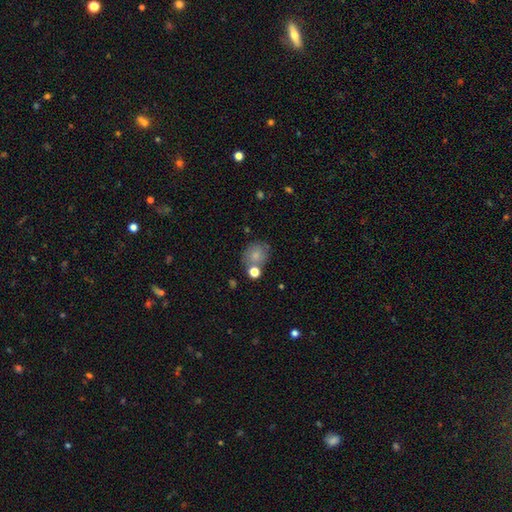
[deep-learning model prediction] Q: Smooth or featured?
A: smooth (79%); runner-up: featured or disk (11%)
Q: How rounded?
A: round (67%); runner-up: in between (32%)
Q: Merging?
A: none (61%); runner-up: merger (17%)